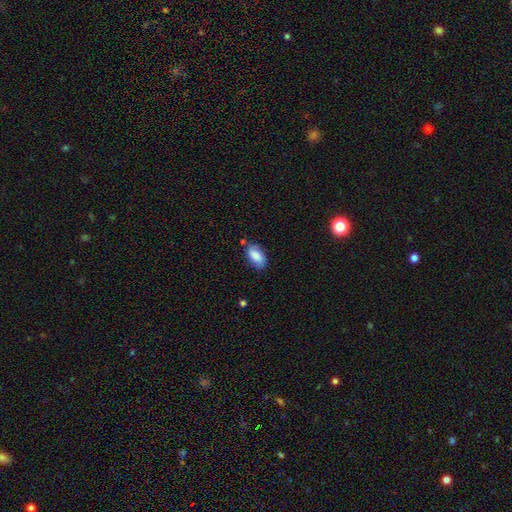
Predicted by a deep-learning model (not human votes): Smooth or featured?
  - smooth: 81% *
  - featured or disk: 12%
  - star or artifact: 7%
How rounded?
  - in between: 93% *
  - round: 4%
  - cigar-shaped: 3%
Merging?
  - none: 74% *
  - minor disturbance: 19%
  - merger: 3%
  - major disturbance: 3%